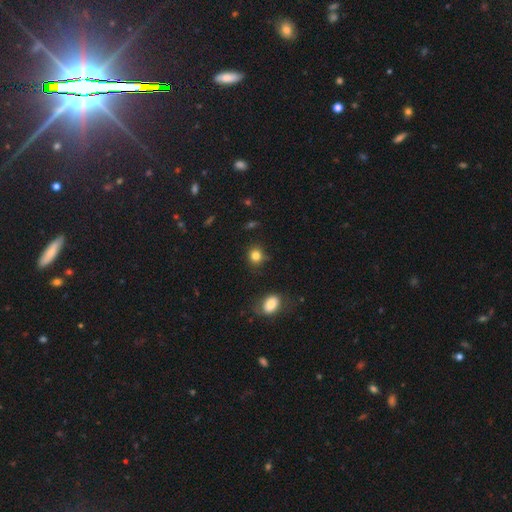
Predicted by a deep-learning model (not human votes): Smooth or featured? Predicted: smooth (p=0.83). How rounded? Predicted: round (p=0.78). Merging? Predicted: none (p=0.79).